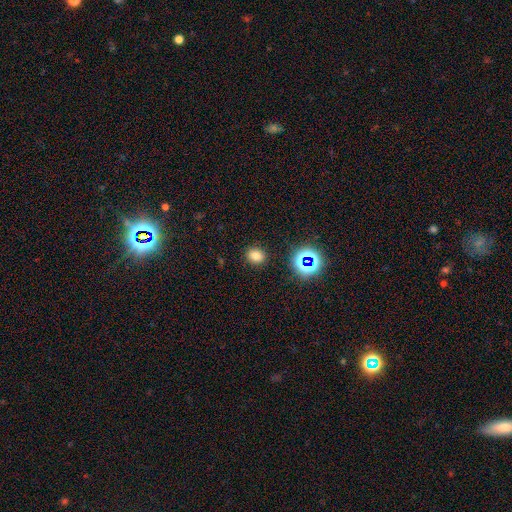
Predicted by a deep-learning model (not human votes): Q: Smooth or featured?
A: smooth (74%); runner-up: star or artifact (19%)
Q: How rounded?
A: round (64%); runner-up: in between (35%)
Q: Merging?
A: none (88%); runner-up: minor disturbance (8%)